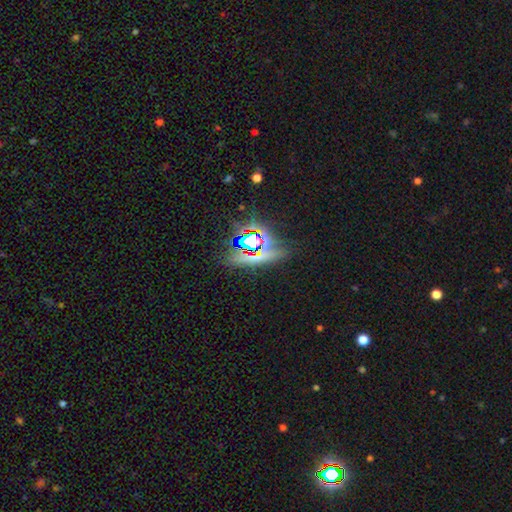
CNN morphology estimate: The model was most divided on "smooth or featured": star or artifact: 62%, smooth: 24%, featured or disk: 14%.